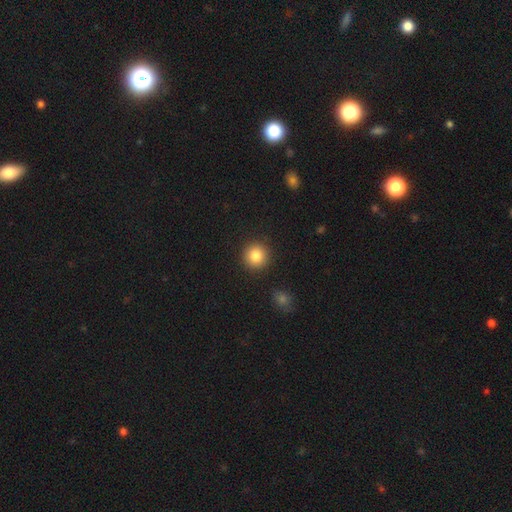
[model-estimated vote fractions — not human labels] smooth_or_featured: smooth (p=0.85) [alt: star or artifact p=0.09]
how_rounded: round (p=0.94) [alt: in between p=0.06]
merging: none (p=0.90) [alt: minor disturbance p=0.06]